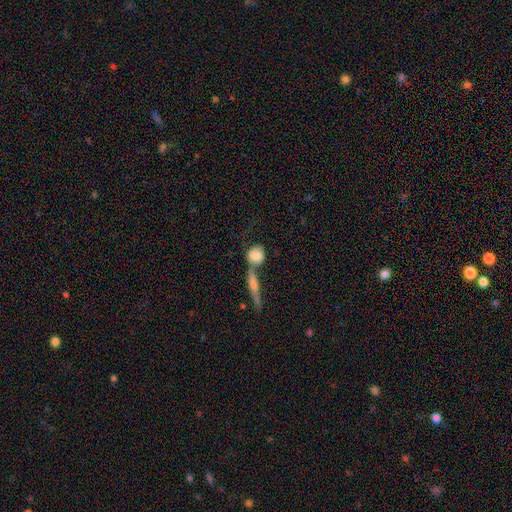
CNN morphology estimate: Smooth or featured? Predicted: smooth (p=0.71). How rounded? Predicted: round (p=0.56). Merging? Predicted: merger (p=0.44).